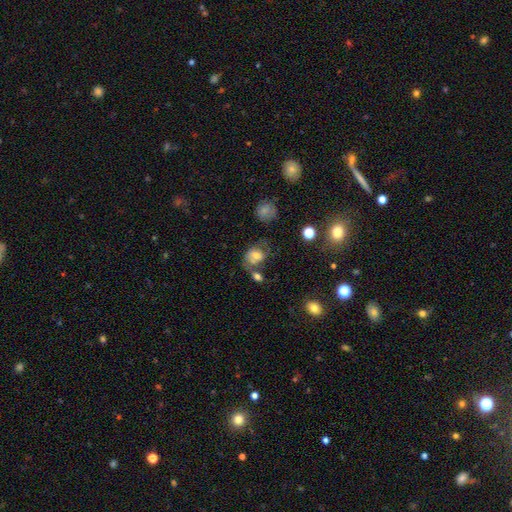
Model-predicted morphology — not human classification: The model was most divided on "merging": none: 33%, merger: 31%, minor disturbance: 18%, major disturbance: 17%. More confident: how rounded — in between (63%); smooth or featured — smooth (53%).